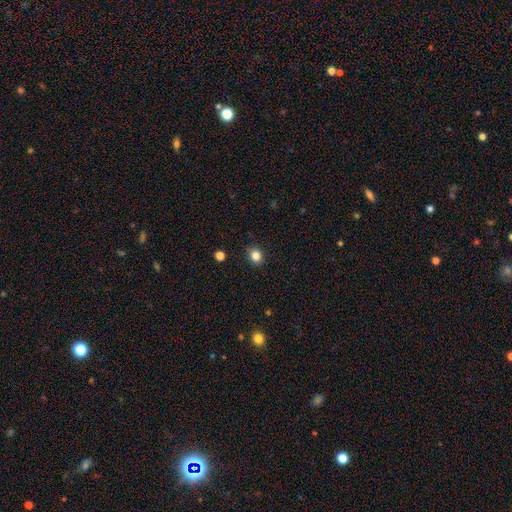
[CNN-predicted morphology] Overall: smooth (84%). How rounded: round (65%; in between 34%). Merging: none (88%).